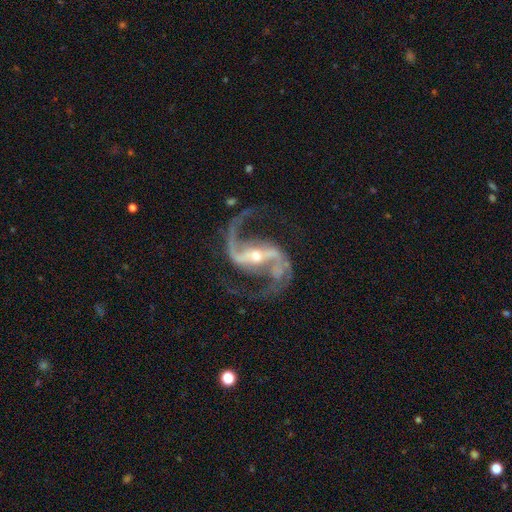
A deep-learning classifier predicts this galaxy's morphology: type=featured or disk (93%); edge-on=no (98%); bar=strong (64%); spiral arms=yes (98%); winding=medium (52%); arm count=2 (95%); bulge=small (59%); merging=none (77%).